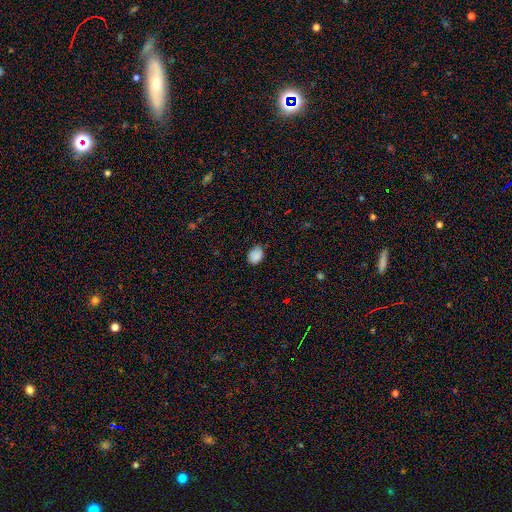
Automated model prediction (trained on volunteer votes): Q: Smooth or featured?
A: smooth (87%); runner-up: star or artifact (9%)
Q: How rounded?
A: in between (68%); runner-up: round (31%)
Q: Merging?
A: none (69%); runner-up: minor disturbance (26%)